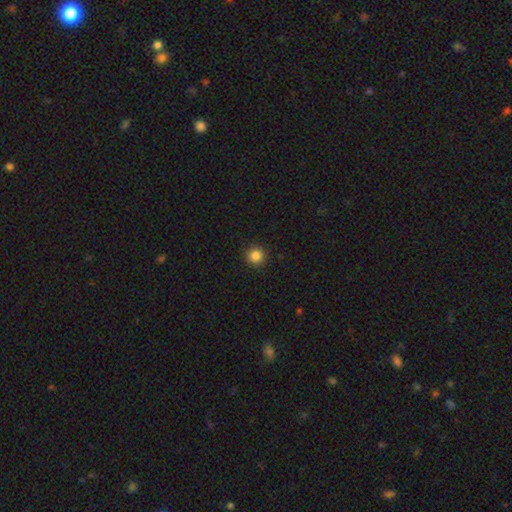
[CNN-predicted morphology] Smooth or featured? Predicted: smooth (p=0.85). How rounded? Predicted: round (p=0.94). Merging? Predicted: none (p=0.92).